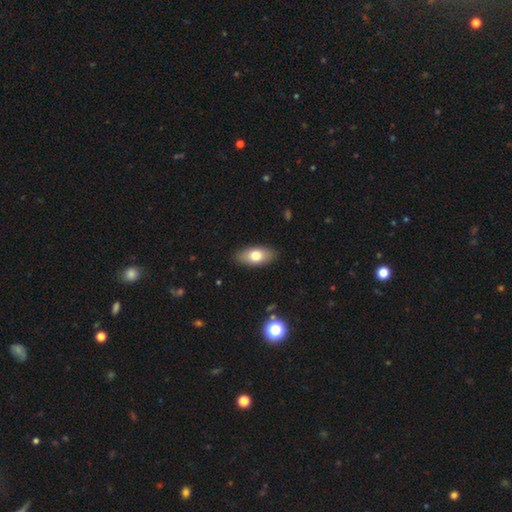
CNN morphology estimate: smooth 74%, featured or disk 19%, star or artifact 7%. Down the decision tree: how rounded — in between (89%); merging — none (88%).